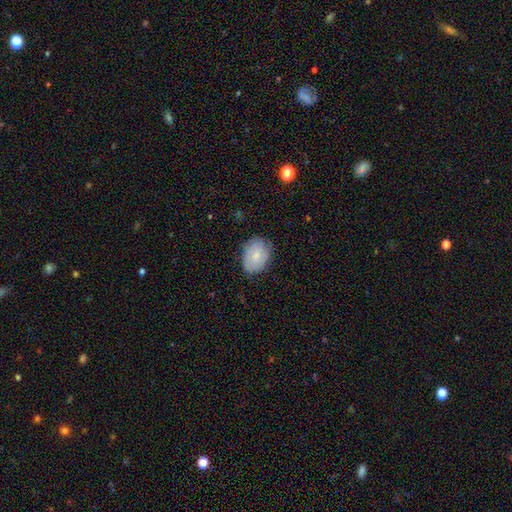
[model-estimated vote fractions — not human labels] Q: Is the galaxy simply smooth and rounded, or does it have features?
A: smooth — 58%.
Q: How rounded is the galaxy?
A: in between — 78%.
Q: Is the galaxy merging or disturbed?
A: none — 72%.